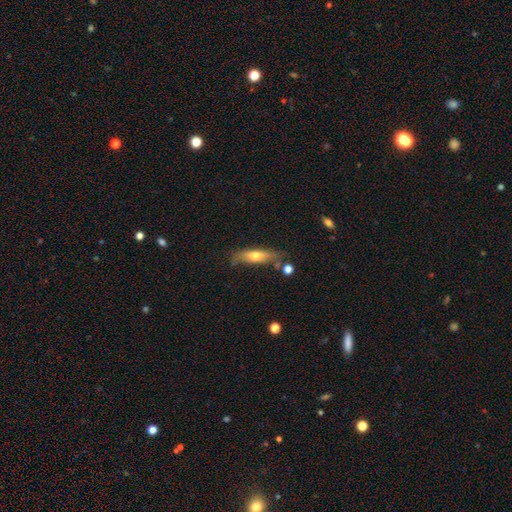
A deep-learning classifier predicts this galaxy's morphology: A smooth galaxy with no disk features (51%) that is cigar-shaped (63%).

Vote fractions:
- Smooth or featured? smooth: 51% / featured or disk: 42% / star or artifact: 7%
- How rounded? cigar-shaped: 63% / in between: 35% / round: 3%
- Merging? none: 61% / minor disturbance: 25% / major disturbance: 8% / merger: 6%